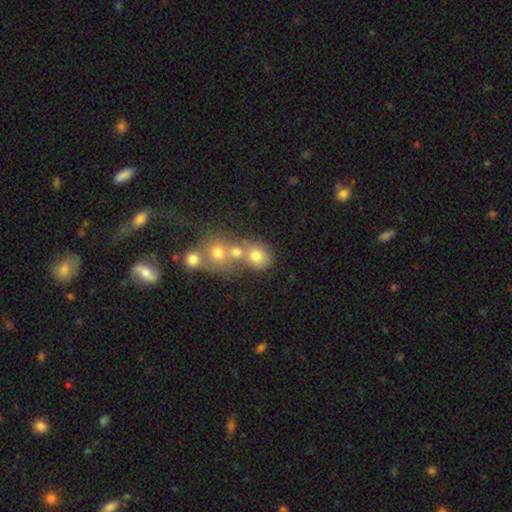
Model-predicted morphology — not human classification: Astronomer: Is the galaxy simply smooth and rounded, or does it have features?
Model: smooth — 71%.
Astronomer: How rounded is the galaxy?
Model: round — 81%.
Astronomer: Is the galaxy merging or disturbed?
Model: none — 47% (runner-up: merger, 42%).